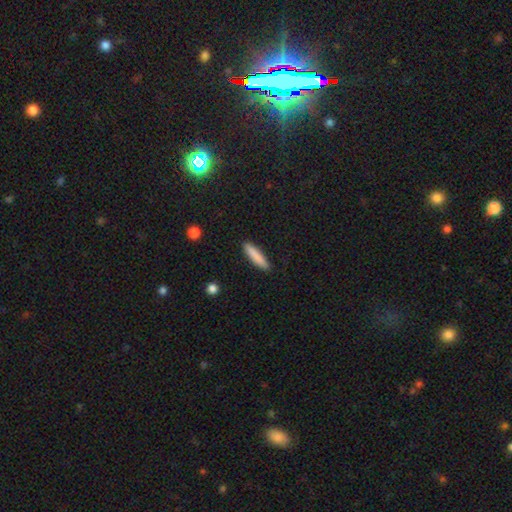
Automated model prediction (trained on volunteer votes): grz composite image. It shows a smooth galaxy with no disk features (85%) that is cigar-shaped (86%). Merging: none (90%).